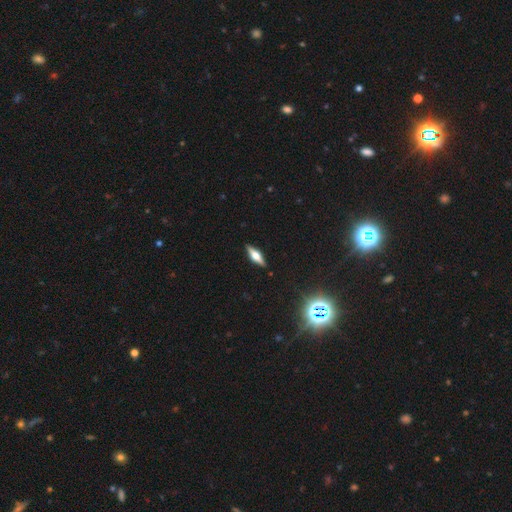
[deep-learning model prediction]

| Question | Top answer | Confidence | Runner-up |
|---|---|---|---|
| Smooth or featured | featured or disk | 61% | smooth (30%) |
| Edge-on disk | yes | 95% | no (5%) |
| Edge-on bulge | rounded | 91% | boxy (7%) |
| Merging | none | 90% | minor disturbance (8%) |